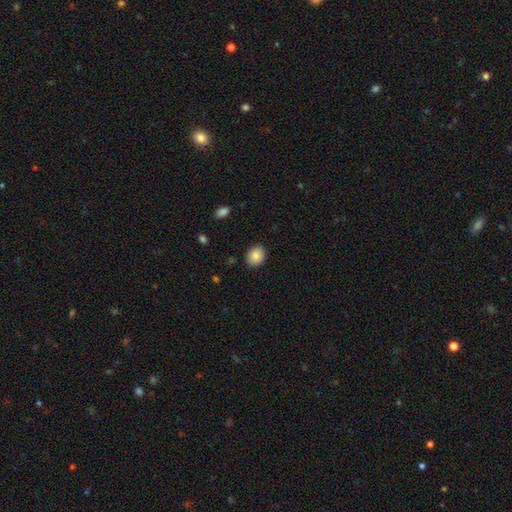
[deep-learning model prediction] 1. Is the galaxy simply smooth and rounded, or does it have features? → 86% smooth, 8% star or artifact, 6% featured or disk.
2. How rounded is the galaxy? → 53% in between, 46% round, 1% cigar-shaped.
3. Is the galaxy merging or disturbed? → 88% none, 9% minor disturbance, 2% major disturbance, 1% merger.